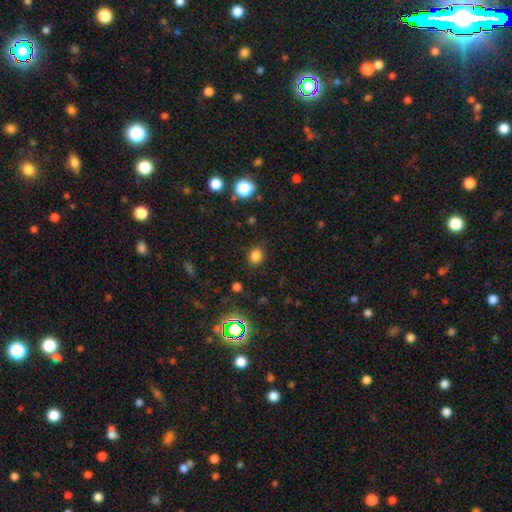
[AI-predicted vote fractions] A smooth galaxy with no disk features (80%) that is round (72%). Merging: none (85%).